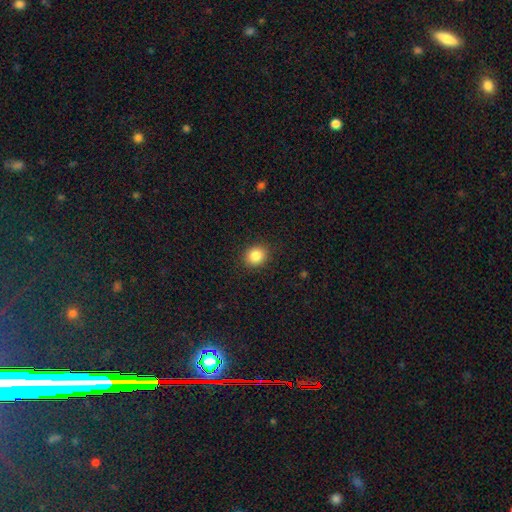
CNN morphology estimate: Smooth or featured? smooth (85%)
How rounded? round (74%)
Merging? none (90%)